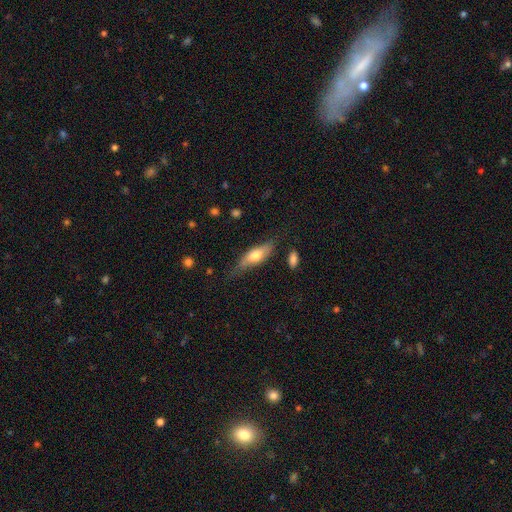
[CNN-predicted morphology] Smooth or featured? Predicted: smooth (p=0.62). How rounded? Predicted: in between (p=0.57). Merging? Predicted: none (p=0.60).